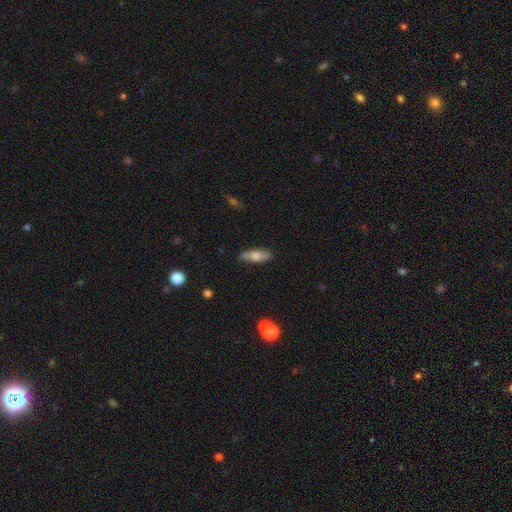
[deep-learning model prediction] Smooth or featured: smooth — 64% (featured or disk — 29%)
How rounded: in between — 58% (cigar-shaped — 39%)
Merging: none — 79% (minor disturbance — 15%)